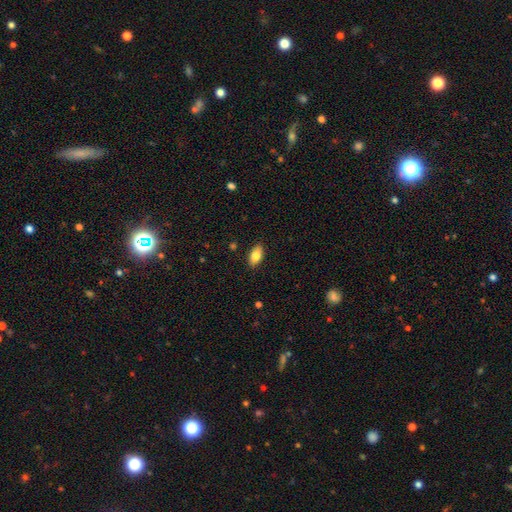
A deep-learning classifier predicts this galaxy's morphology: type=smooth (82%); roundness=in between (91%); merging=none (87%).